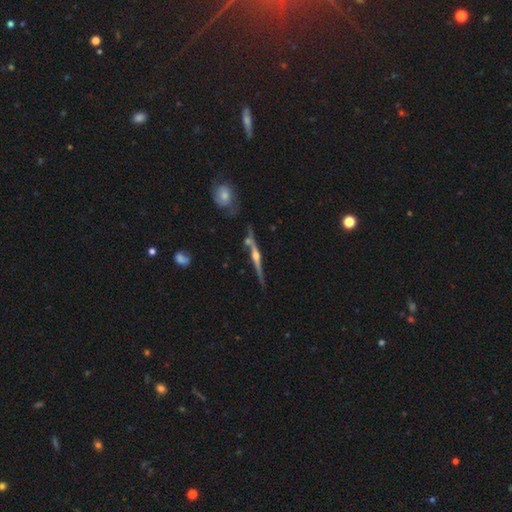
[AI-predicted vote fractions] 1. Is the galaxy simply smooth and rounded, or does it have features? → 85% featured or disk, 10% smooth, 5% star or artifact.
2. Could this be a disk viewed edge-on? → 96% yes, 4% no.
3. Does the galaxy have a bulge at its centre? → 92% rounded, 4% none, 4% boxy.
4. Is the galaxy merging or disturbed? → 68% none, 17% minor disturbance, 11% merger, 5% major disturbance.